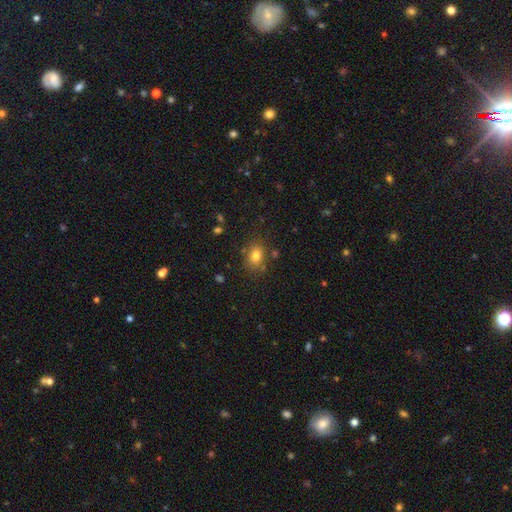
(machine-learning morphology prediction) Smooth or featured? Predicted: smooth (p=0.79). How rounded? Predicted: in between (p=0.64). Merging? Predicted: none (p=0.78).